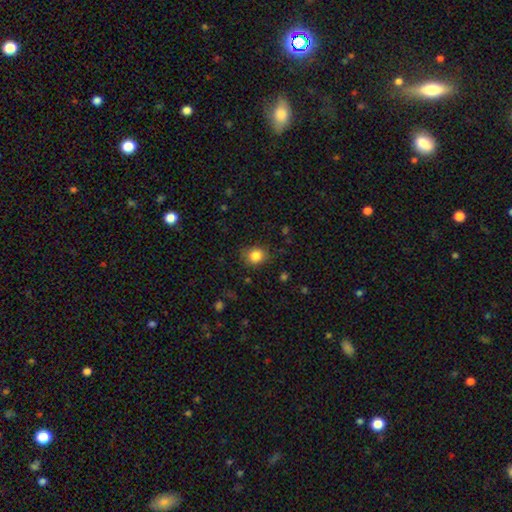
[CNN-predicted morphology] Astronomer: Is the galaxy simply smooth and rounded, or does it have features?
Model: smooth — 84%.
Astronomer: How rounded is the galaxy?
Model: round — 68%.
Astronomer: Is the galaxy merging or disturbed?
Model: none — 79%.